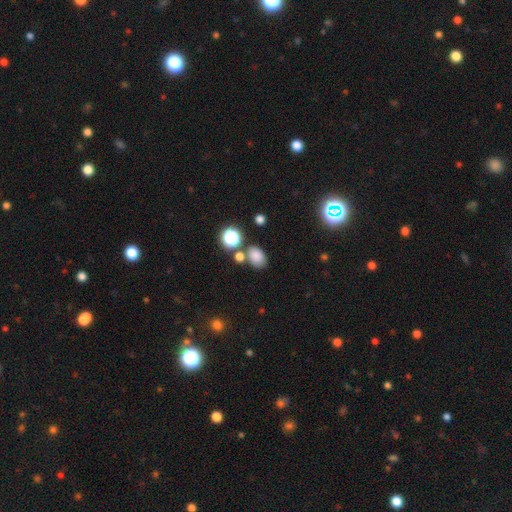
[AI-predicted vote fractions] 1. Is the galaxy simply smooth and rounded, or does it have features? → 79% smooth, 14% star or artifact, 7% featured or disk.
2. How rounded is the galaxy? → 73% in between, 26% round, 1% cigar-shaped.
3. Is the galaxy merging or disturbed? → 66% none, 16% merger, 14% minor disturbance, 5% major disturbance.